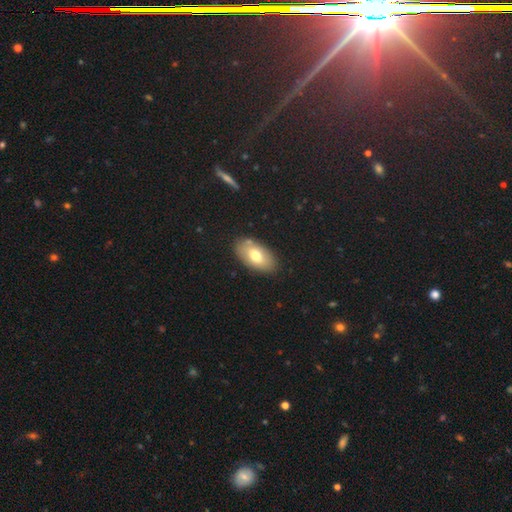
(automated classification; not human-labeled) This is likely a smooth galaxy (69%). How rounded: clearly in between (94%). Merging: clearly none (83%).